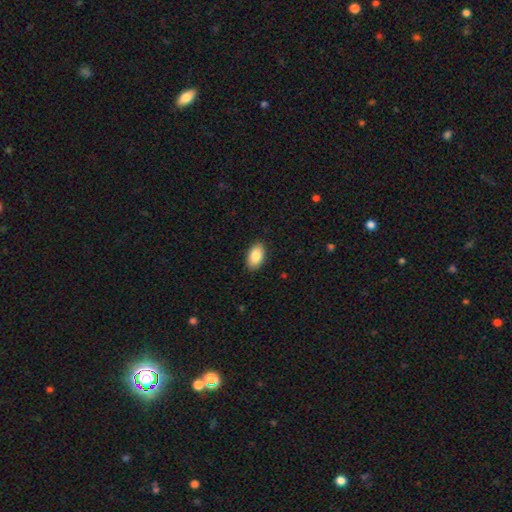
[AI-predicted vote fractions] Smooth or featured? Predicted: smooth (p=0.86). How rounded? Predicted: in between (p=0.93). Merging? Predicted: none (p=0.88).